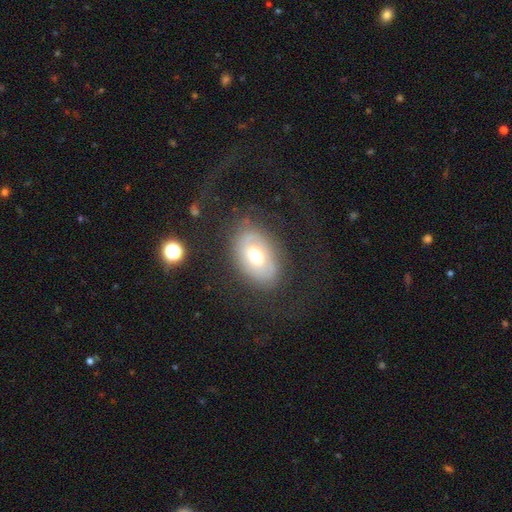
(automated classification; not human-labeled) A featured or disk galaxy (52%).

Vote fractions:
- Smooth or featured? featured or disk: 52% / smooth: 39% / star or artifact: 9%
- Edge-on disk? no: 91% / yes: 9%
- Merging? none: 73% / minor disturbance: 17% / major disturbance: 9% / merger: 2%